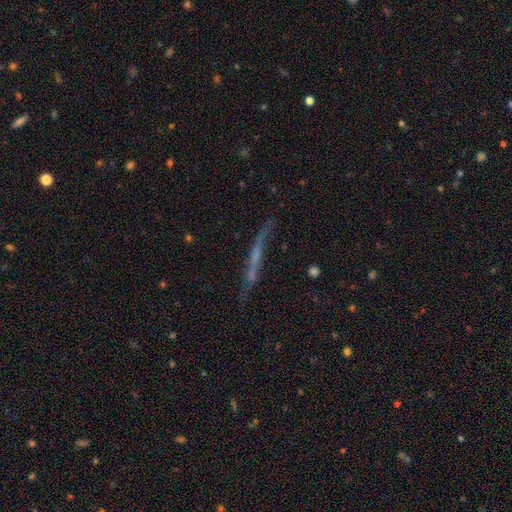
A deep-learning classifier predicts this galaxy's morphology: smooth_or_featured: featured or disk (p=0.57) [alt: smooth p=0.28]
disk_edge_on: yes (p=0.78) [alt: no p=0.22]
merging: none (p=0.60) [alt: minor disturbance p=0.20]